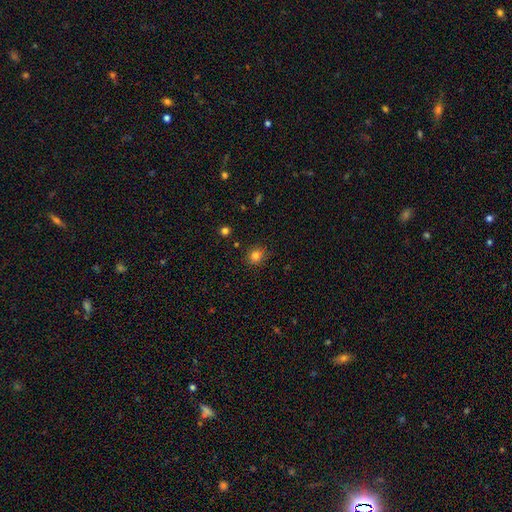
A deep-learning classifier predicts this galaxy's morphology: smooth 82%, star or artifact 13%, featured or disk 5%. Down the decision tree: how rounded — round (80%); merging — none (86%).